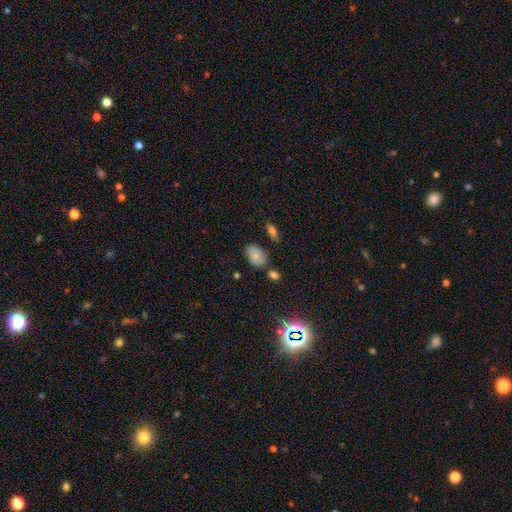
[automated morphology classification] smooth_or_featured: smooth (p=0.75) [alt: featured or disk p=0.14]
how_rounded: in between (p=0.86) [alt: round p=0.13]
merging: none (p=0.65) [alt: minor disturbance p=0.22]